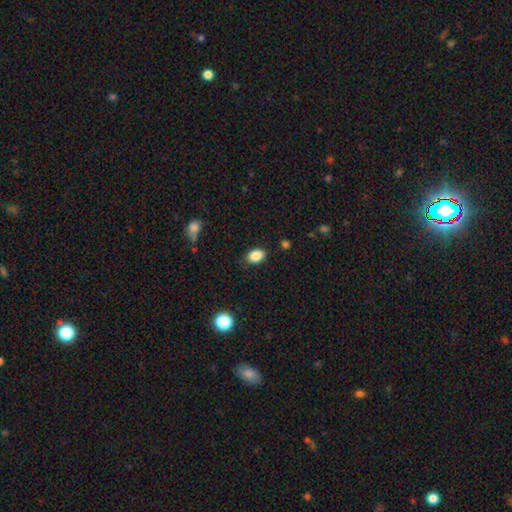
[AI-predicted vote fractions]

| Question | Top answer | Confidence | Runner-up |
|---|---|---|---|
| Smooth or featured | smooth | 87% | star or artifact (9%) |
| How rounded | in between | 79% | round (19%) |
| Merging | none | 81% | minor disturbance (14%) |